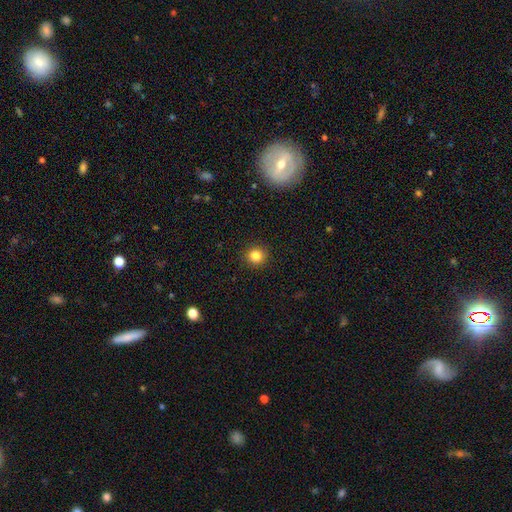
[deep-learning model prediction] A smooth galaxy with no disk features (83%) that is round (91%). Merging: none (92%).